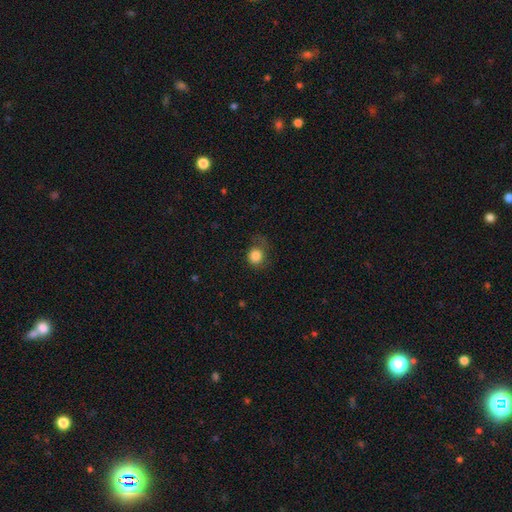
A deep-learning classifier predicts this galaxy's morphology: Smooth or featured: smooth — 82% (star or artifact — 9%)
How rounded: round — 78% (in between — 21%)
Merging: none — 48% (minor disturbance — 26%)